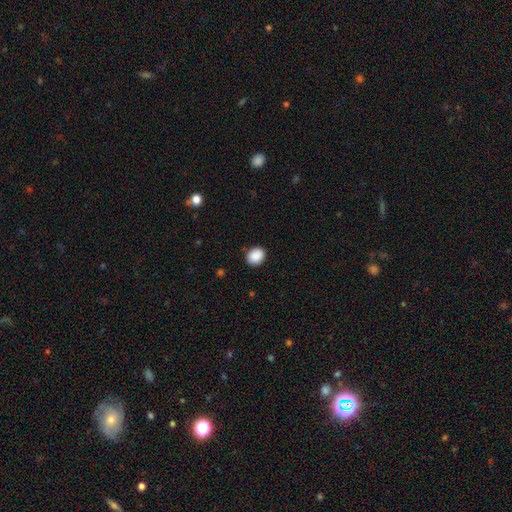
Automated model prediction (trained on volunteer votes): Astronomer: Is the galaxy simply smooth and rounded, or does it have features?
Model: smooth — 90%.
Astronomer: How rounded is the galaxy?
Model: round — 60% (runner-up: in between, 40%).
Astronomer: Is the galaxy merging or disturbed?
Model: none — 88%.